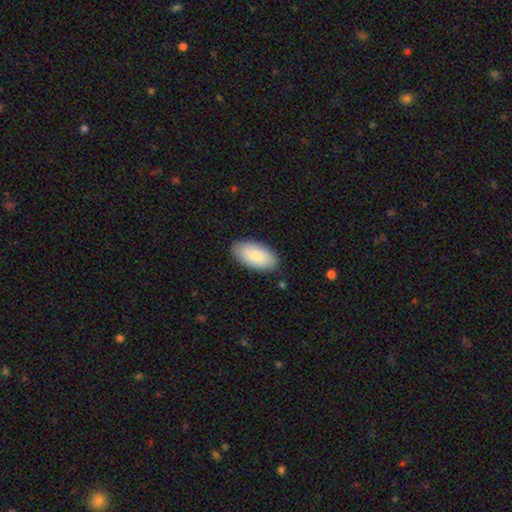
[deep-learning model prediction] This appears to be a smooth galaxy with no disk features (88%) that is in between round and cigar-shaped (95%). Merging: none (87%).